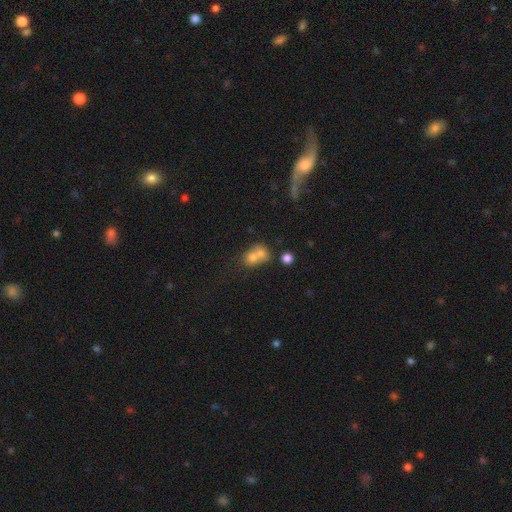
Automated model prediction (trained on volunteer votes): Q: Smooth or featured?
A: smooth (69%); runner-up: featured or disk (18%)
Q: How rounded?
A: round (59%); runner-up: in between (40%)
Q: Merging?
A: merger (67%); runner-up: none (23%)